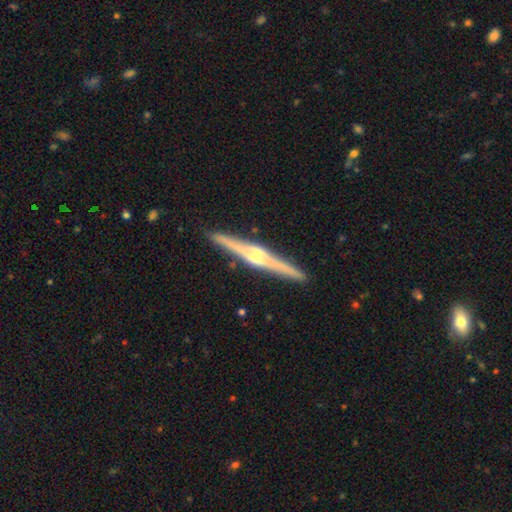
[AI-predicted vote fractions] This appears to be a featured or disk galaxy (84%) viewed edge-on (99%) with a rounded central bulge (82%). Merging: none (93%).